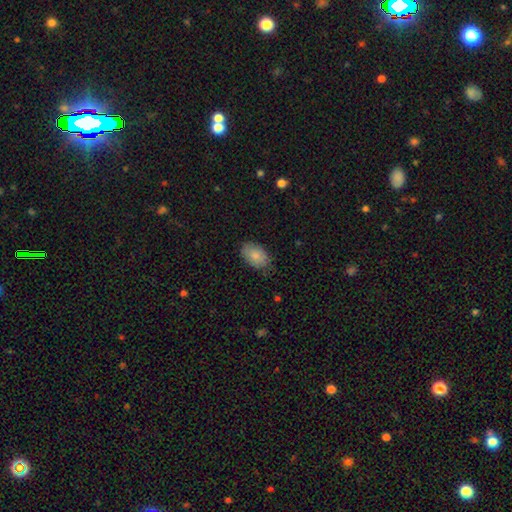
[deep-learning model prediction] smooth_or_featured: smooth (p=0.85) [alt: featured or disk p=0.09]
how_rounded: in between (p=0.90) [alt: round p=0.09]
merging: none (p=0.78) [alt: minor disturbance p=0.17]